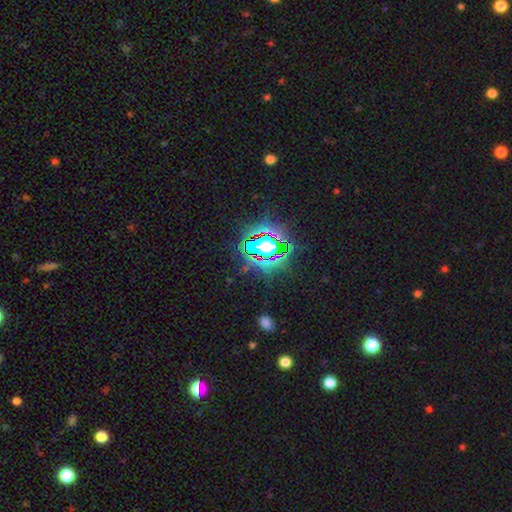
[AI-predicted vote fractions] Smooth or featured?
  - star or artifact: 81% *
  - smooth: 11%
  - featured or disk: 7%